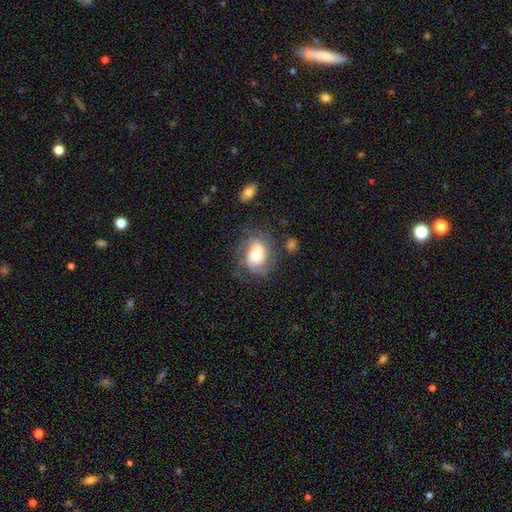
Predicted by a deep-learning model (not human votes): A featured or disk galaxy (50%). Merging: none (51%).